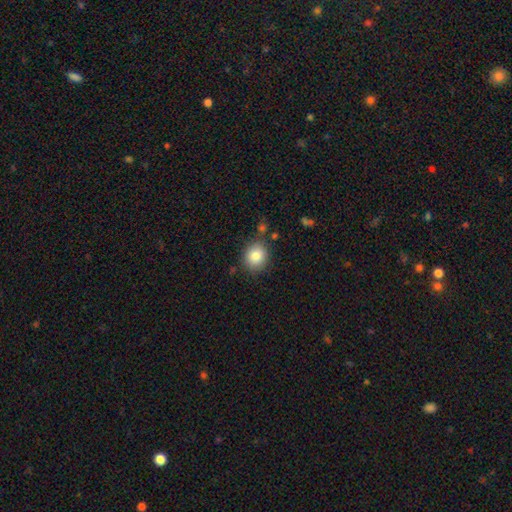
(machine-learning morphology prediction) Smooth or featured? smooth (83%)
How rounded? round (75%)
Merging? none (81%)